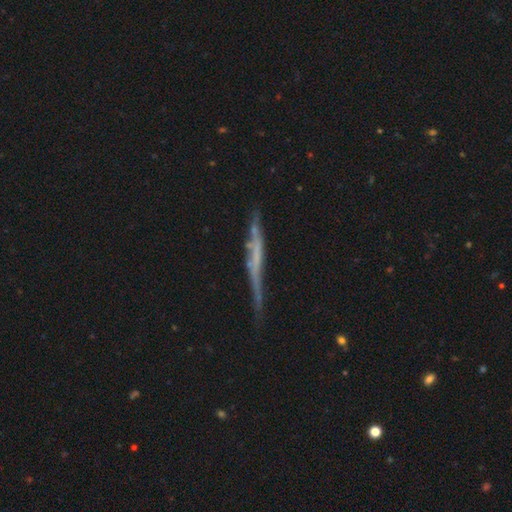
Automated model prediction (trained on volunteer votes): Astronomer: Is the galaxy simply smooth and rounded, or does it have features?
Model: featured or disk — 64%.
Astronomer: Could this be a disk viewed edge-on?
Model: yes — 91%.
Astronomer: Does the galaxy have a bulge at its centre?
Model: none — 75%.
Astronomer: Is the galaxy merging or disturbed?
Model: none — 65%.